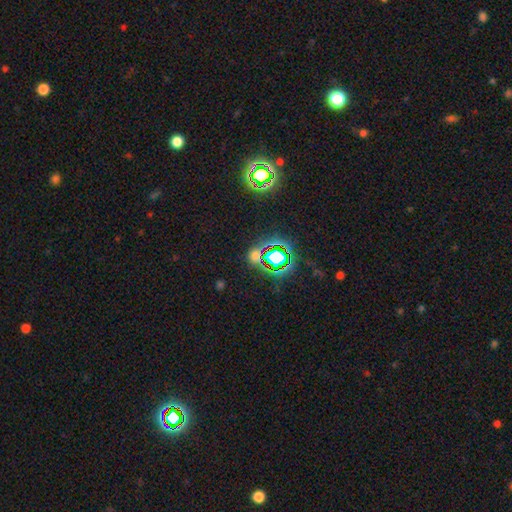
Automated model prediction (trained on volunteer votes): Smooth or featured? star or artifact (60%)